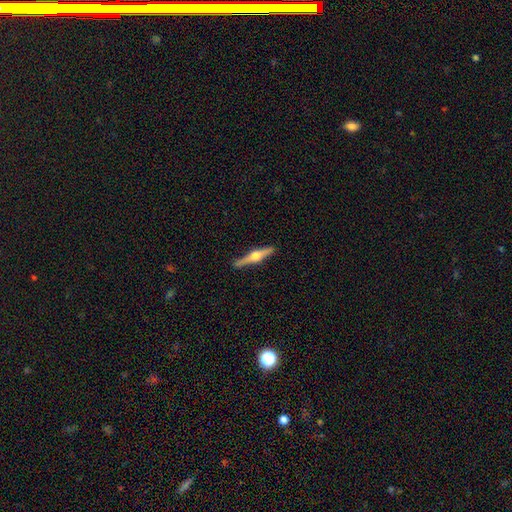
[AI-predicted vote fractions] A featured or disk galaxy (76%) viewed edge-on (98%) with a rounded central bulge (95%).

Vote fractions:
- Smooth or featured? featured or disk: 76% / smooth: 18% / star or artifact: 5%
- Edge-on disk? yes: 98% / no: 2%
- Edge-on bulge? rounded: 95% / boxy: 3% / none: 2%
- Merging? none: 90% / minor disturbance: 7% / major disturbance: 2% / merger: 1%